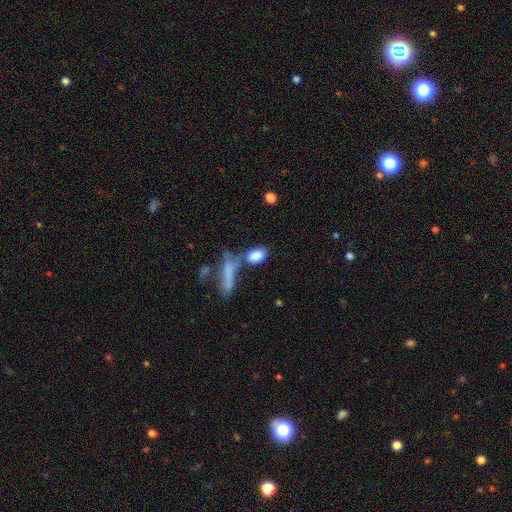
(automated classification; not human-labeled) smooth-or-featured: smooth: 83% | featured or disk: 9% | star or artifact: 8%
  how-rounded: in between: 85% | round: 9% | cigar-shaped: 6%
  merging: none: 48% | merger: 30% | minor disturbance: 14% | major disturbance: 8%